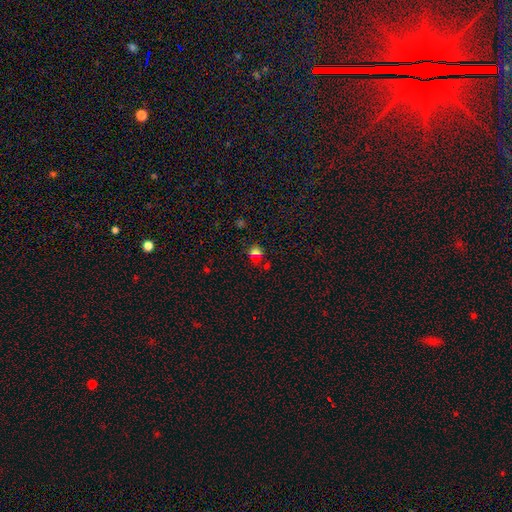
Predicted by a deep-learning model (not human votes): smooth_or_featured: smooth (p=0.70) [alt: star or artifact p=0.23]
how_rounded: round (p=0.79) [alt: in between p=0.19]
merging: none (p=0.70) [alt: minor disturbance p=0.15]